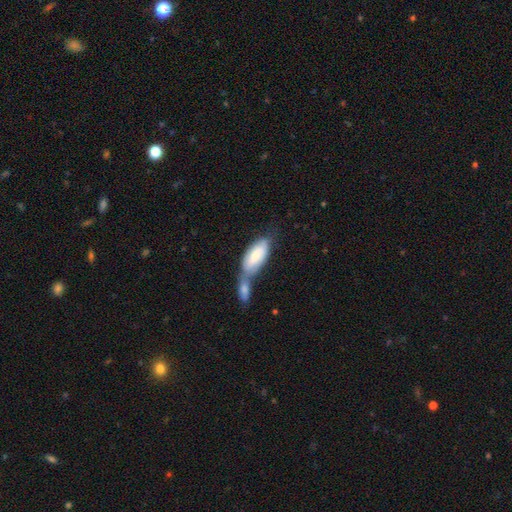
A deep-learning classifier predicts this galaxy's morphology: smooth-or-featured: smooth: 69% | featured or disk: 26% | star or artifact: 5%
  how-rounded: in between: 83% | cigar-shaped: 15% | round: 2%
  merging: merger: 65% | none: 18% | minor disturbance: 11% | major disturbance: 6%